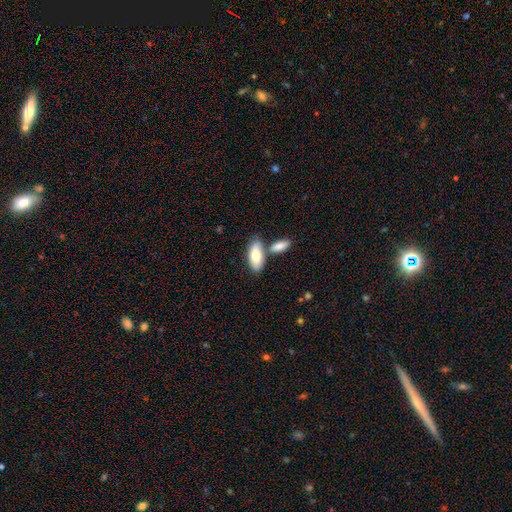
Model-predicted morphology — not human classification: Smooth or featured? smooth (75%)
How rounded? in between (86%)
Merging? none (60%)